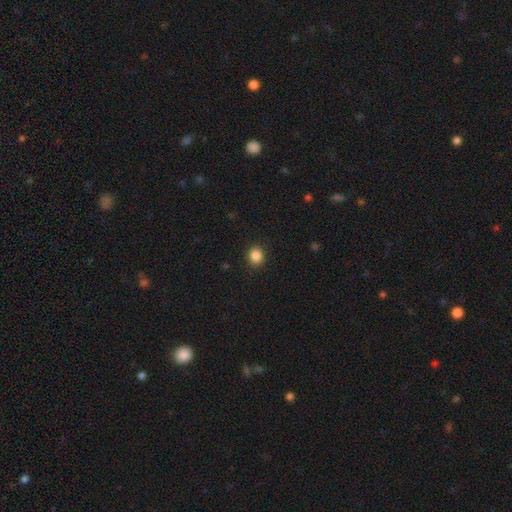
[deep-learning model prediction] smooth 86%, star or artifact 10%, featured or disk 3%. Down the decision tree: how rounded — round (78%); merging — none (90%).